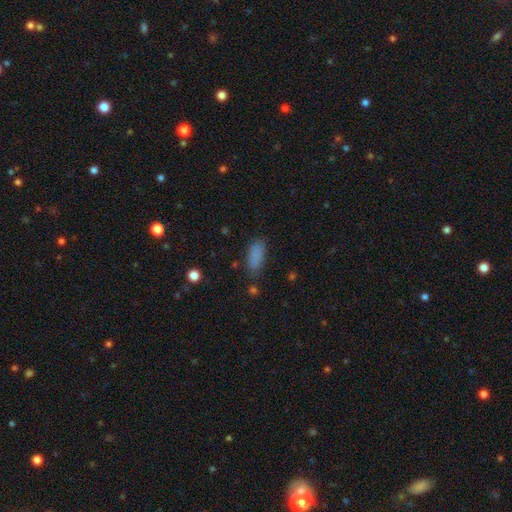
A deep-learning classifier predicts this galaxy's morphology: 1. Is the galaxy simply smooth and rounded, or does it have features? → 85% smooth, 10% star or artifact, 5% featured or disk.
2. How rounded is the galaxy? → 81% in between, 17% cigar-shaped, 3% round.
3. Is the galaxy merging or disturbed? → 78% none, 15% minor disturbance, 4% major disturbance, 2% merger.